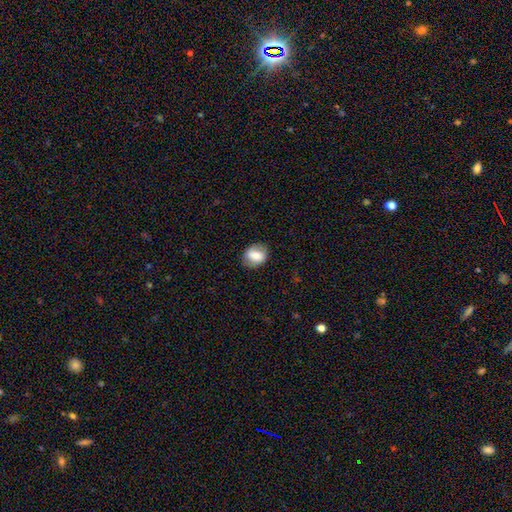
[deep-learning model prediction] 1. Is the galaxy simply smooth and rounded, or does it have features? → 67% smooth, 25% featured or disk, 8% star or artifact.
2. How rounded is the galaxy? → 56% in between, 43% round, 1% cigar-shaped.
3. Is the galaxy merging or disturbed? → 81% none, 13% minor disturbance, 4% major disturbance, 1% merger.